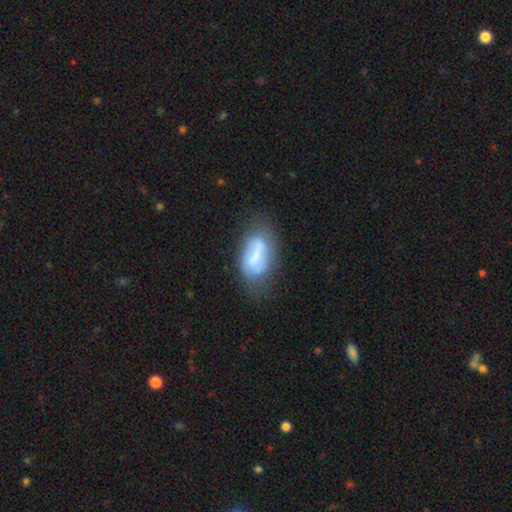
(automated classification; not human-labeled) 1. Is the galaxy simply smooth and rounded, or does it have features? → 46% smooth, 45% featured or disk, 9% star or artifact.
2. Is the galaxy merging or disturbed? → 53% none, 28% minor disturbance, 14% major disturbance, 5% merger.